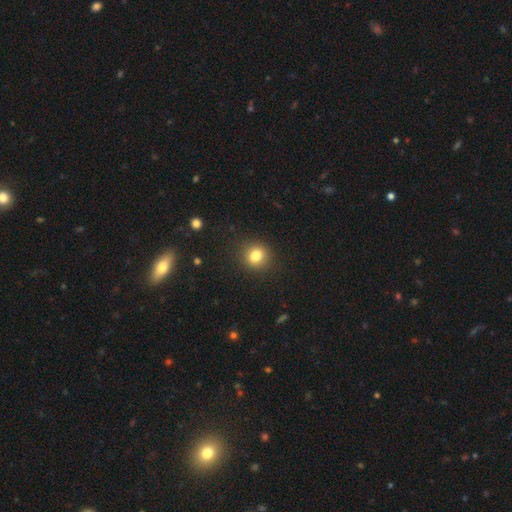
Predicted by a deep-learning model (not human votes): Overall: smooth (82%). How rounded: round (79%). Merging: none (89%).